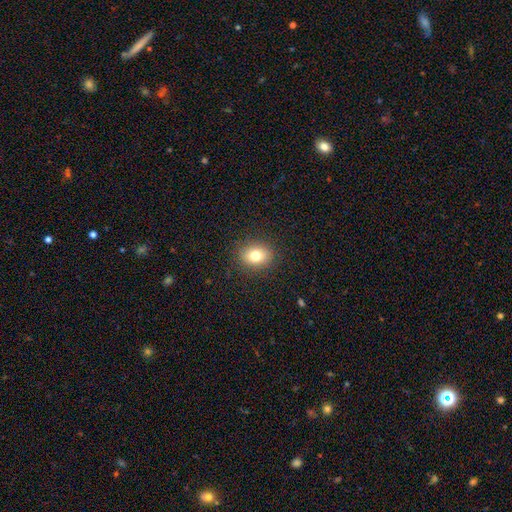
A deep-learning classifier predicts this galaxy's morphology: Smooth or featured? Predicted: smooth (p=0.78). How rounded? Predicted: in between (p=0.52). Merging? Predicted: none (p=0.88).